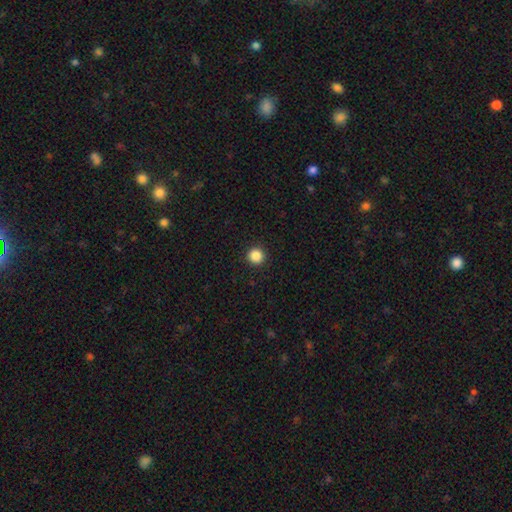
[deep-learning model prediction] The model was most divided on "smooth or featured": smooth: 87%, star or artifact: 10%, featured or disk: 3%. More confident: how rounded — round (96%); merging — none (93%).